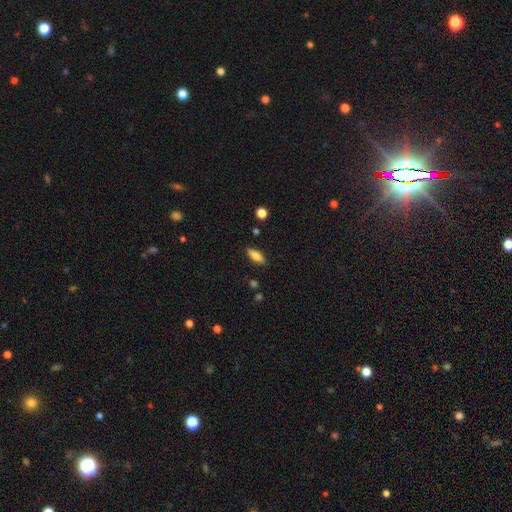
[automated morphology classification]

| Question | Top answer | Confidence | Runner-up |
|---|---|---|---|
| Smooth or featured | smooth | 76% | featured or disk (17%) |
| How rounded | in between | 71% | cigar-shaped (27%) |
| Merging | none | 86% | minor disturbance (10%) |